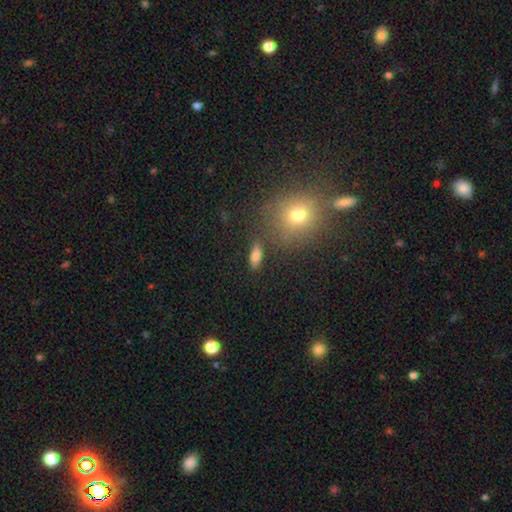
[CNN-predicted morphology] Overall: smooth (78%). How rounded: in between (65%; cigar-shaped 28%). Merging: none (81%).